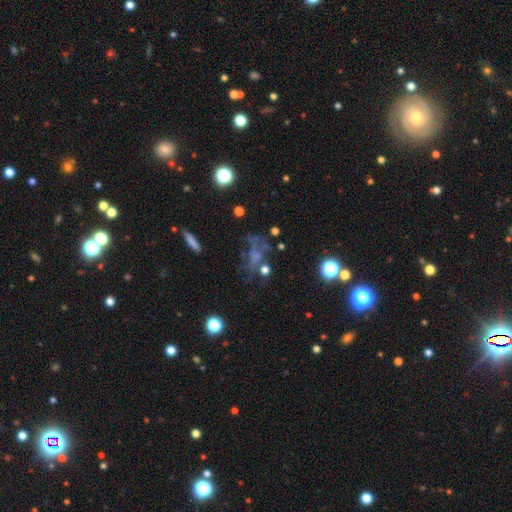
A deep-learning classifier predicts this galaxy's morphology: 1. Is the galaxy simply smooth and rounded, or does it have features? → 43% featured or disk, 28% star or artifact, 28% smooth.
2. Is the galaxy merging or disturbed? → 46% none, 26% major disturbance, 18% minor disturbance, 10% merger.